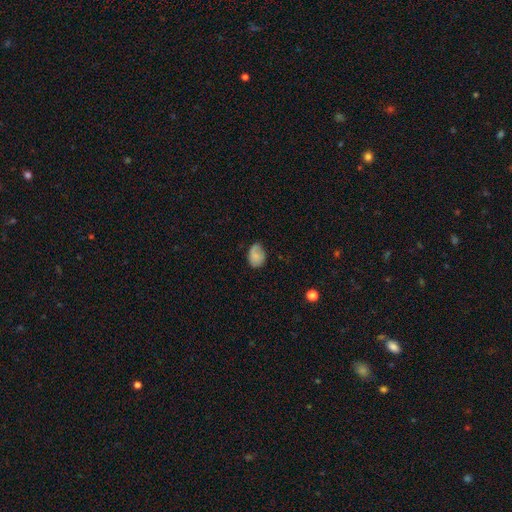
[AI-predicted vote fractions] smooth_or_featured: smooth (p=0.76) [alt: featured or disk p=0.15]
how_rounded: in between (p=0.71) [alt: round p=0.28]
merging: none (p=0.62) [alt: minor disturbance p=0.29]